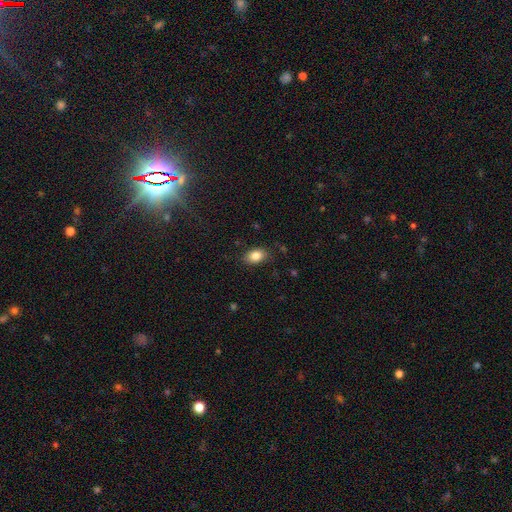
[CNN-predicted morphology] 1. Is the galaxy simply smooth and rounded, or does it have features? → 85% smooth, 8% star or artifact, 7% featured or disk.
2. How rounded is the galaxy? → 86% in between, 12% round, 2% cigar-shaped.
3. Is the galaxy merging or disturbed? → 83% none, 13% minor disturbance, 3% major disturbance, 1% merger.